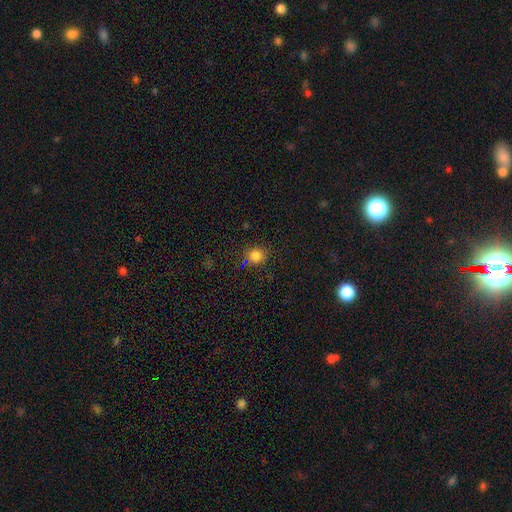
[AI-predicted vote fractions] Morphology: type=smooth (80%); roundness=round (88%); merging=none (83%).